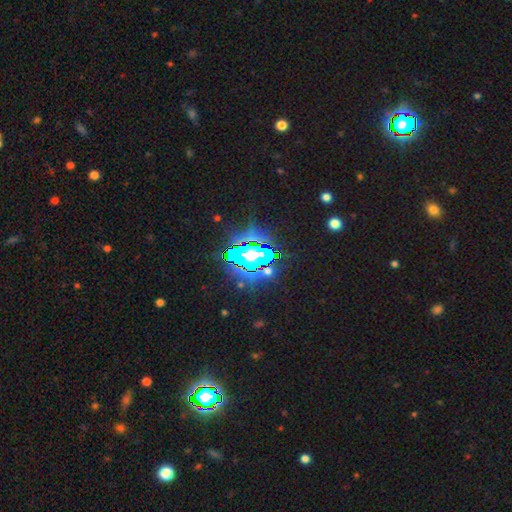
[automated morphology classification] smooth-or-featured: star or artifact: 83% | smooth: 9% | featured or disk: 7%